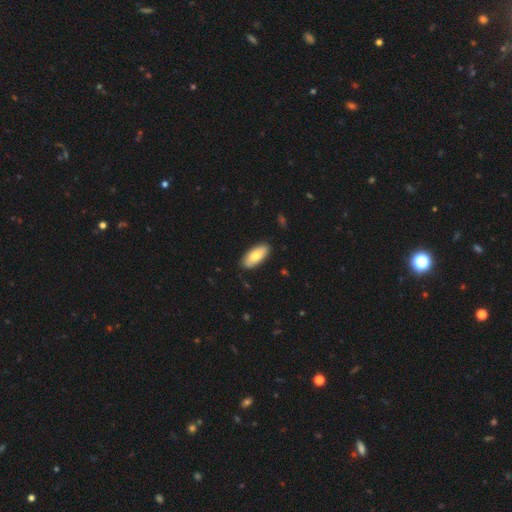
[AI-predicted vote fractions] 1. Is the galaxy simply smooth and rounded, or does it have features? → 76% smooth, 19% featured or disk, 5% star or artifact.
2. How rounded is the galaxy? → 87% in between, 11% cigar-shaped, 2% round.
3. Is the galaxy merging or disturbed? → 88% none, 9% minor disturbance, 2% major disturbance, 1% merger.